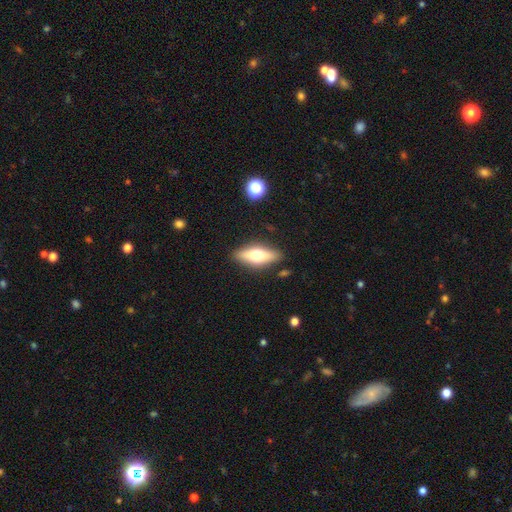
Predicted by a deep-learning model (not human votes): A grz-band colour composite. It shows a smooth galaxy with no disk features (51%) that is in between round and cigar-shaped (58%). Merging: none (87%).